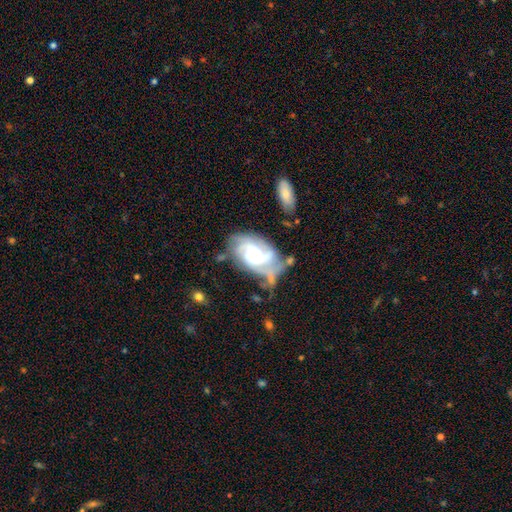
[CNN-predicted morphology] A featured or disk galaxy (80%) with no bar (61%), 3 (29%) tight (45%) spiral arms (93%) and a moderate central bulge (55%).

Vote fractions:
- Smooth or featured? featured or disk: 80% / smooth: 14% / star or artifact: 6%
- Edge-on disk? no: 96% / yes: 4%
- Bar? no: 61% / weak: 32% / strong: 7%
- Spiral arms? yes: 93% / no: 7%
- Spiral winding? tight: 45% / medium: 39% / loose: 15%
- Spiral arm count? 3: 29% / 2: 27% / can't tell: 26% / 4: 9% / 1: 5% / more than 4: 4%
- Bulge size? moderate: 55% / small: 22% / large: 18% / none: 3% / dominant: 2%
- Merging? none: 48% / minor disturbance: 27% / major disturbance: 18% / merger: 7%